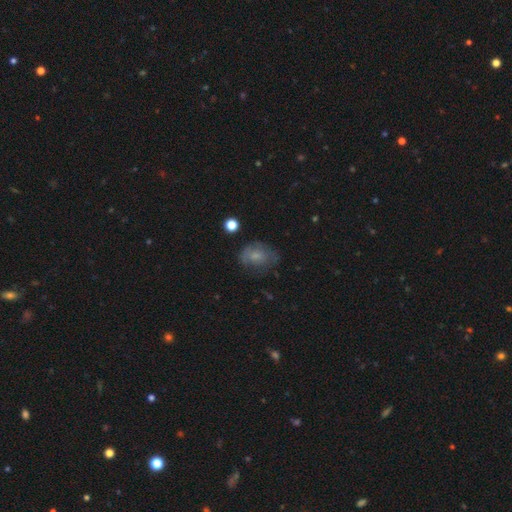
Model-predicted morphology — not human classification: This is likely a smooth galaxy (62%). How rounded: likely in between (69%). Merging: possibly none (55%).